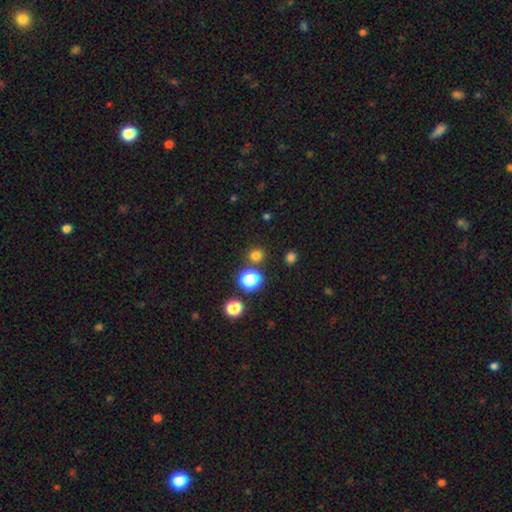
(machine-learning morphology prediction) A smooth galaxy with no disk features (73%) that is round (91%).

Vote fractions:
- Smooth or featured? smooth: 73% / star or artifact: 22% / featured or disk: 5%
- How rounded? round: 91% / in between: 8% / cigar-shaped: 1%
- Merging? none: 84% / merger: 7% / minor disturbance: 7% / major disturbance: 3%